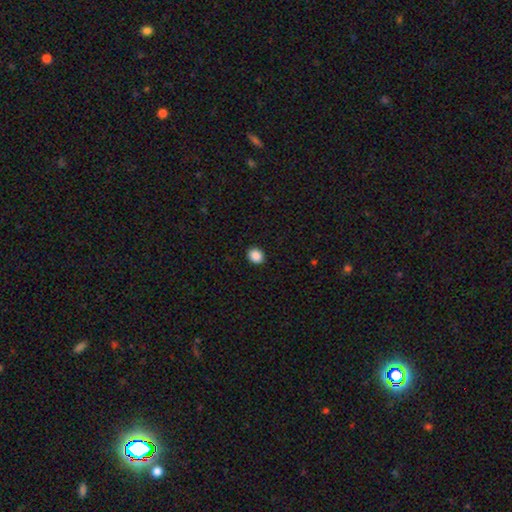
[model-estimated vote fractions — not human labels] Smooth or featured? Predicted: smooth (p=0.89). How rounded? Predicted: round (p=0.57). Merging? Predicted: none (p=0.91).